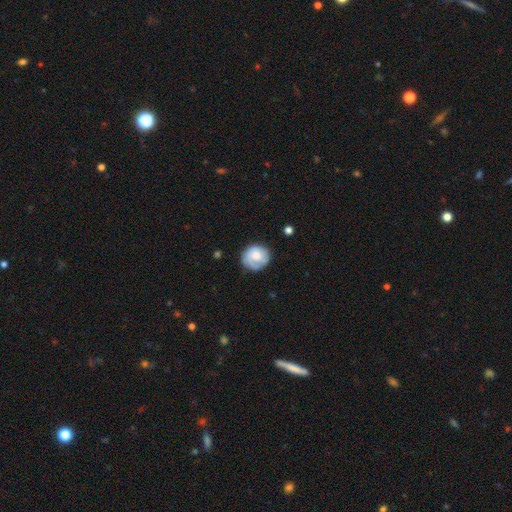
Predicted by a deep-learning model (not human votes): Q: Smooth or featured?
A: smooth (56%); runner-up: featured or disk (37%)
Q: How rounded?
A: round (82%); runner-up: in between (17%)
Q: Merging?
A: none (71%); runner-up: minor disturbance (20%)